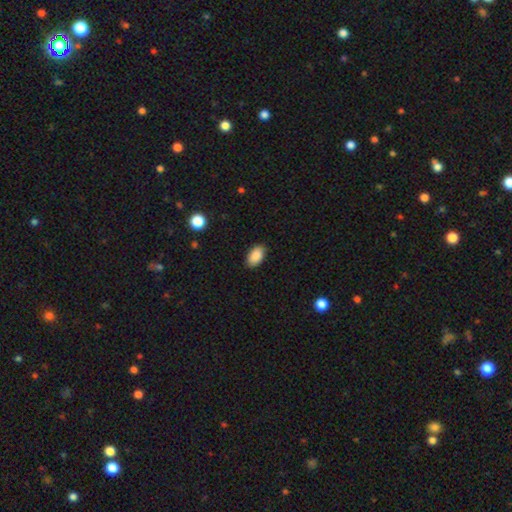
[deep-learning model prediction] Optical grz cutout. It shows a smooth galaxy with no disk features (89%) that is in between round and cigar-shaped (93%). Merging: none (87%).